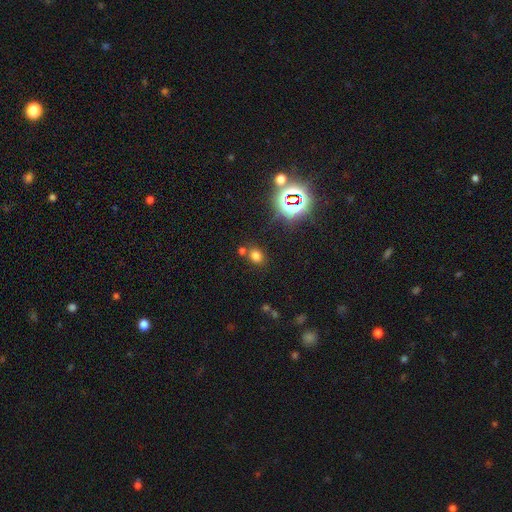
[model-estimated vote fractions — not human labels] Morphology: type=smooth (68%); roundness=round (53%); merging=none (71%).